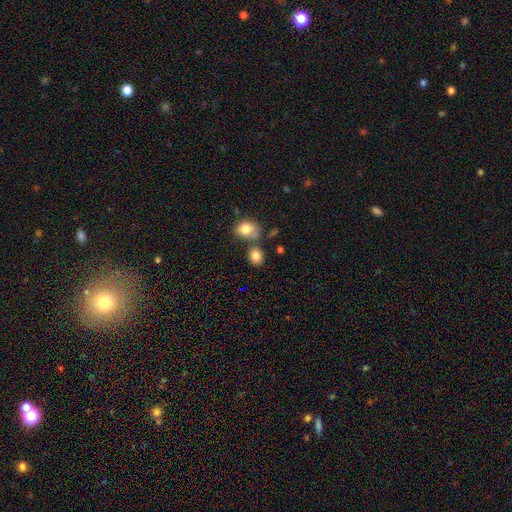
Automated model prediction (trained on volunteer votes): This appears to be a smooth galaxy with no disk features (83%) that is round (51%). Merging: none (58%).